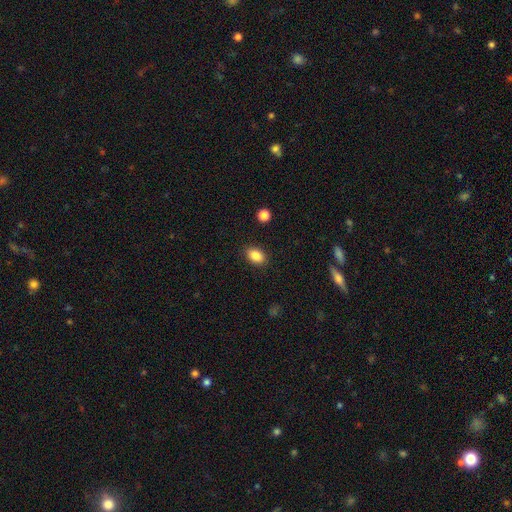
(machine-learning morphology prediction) smooth_or_featured: smooth (p=0.87) [alt: star or artifact p=0.09]
how_rounded: in between (p=0.82) [alt: round p=0.16]
merging: none (p=0.88) [alt: minor disturbance p=0.08]